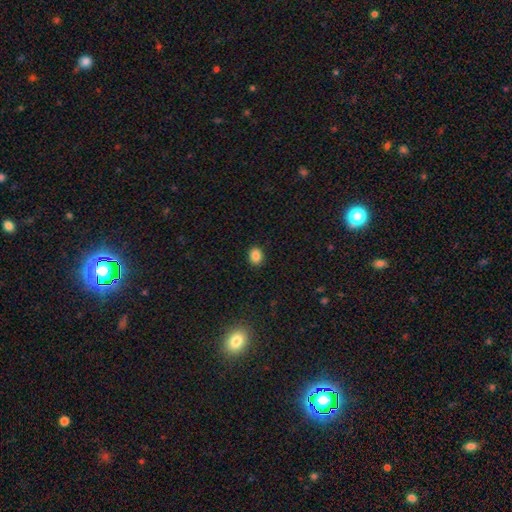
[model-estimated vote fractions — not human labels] Overall: smooth (86%). How rounded: round (52%; in between 47%). Merging: none (91%).